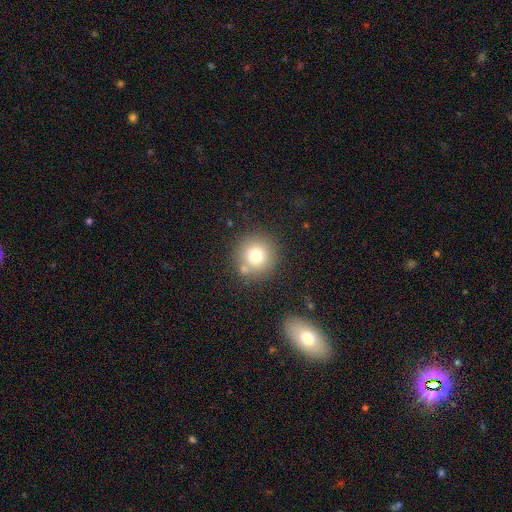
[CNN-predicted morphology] smooth-or-featured: smooth: 76% | star or artifact: 13% | featured or disk: 12%
  how-rounded: round: 94% | in between: 5% | cigar-shaped: 1%
  merging: none: 78% | minor disturbance: 10% | merger: 8% | major disturbance: 3%